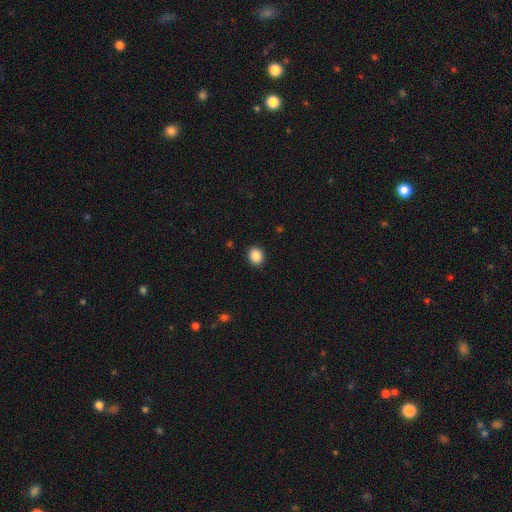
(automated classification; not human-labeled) Smooth or featured?
  - smooth: 88% *
  - star or artifact: 9%
  - featured or disk: 4%
How rounded?
  - round: 61% *
  - in between: 38%
  - cigar-shaped: 1%
Merging?
  - none: 91% *
  - minor disturbance: 6%
  - major disturbance: 2%
  - merger: 1%